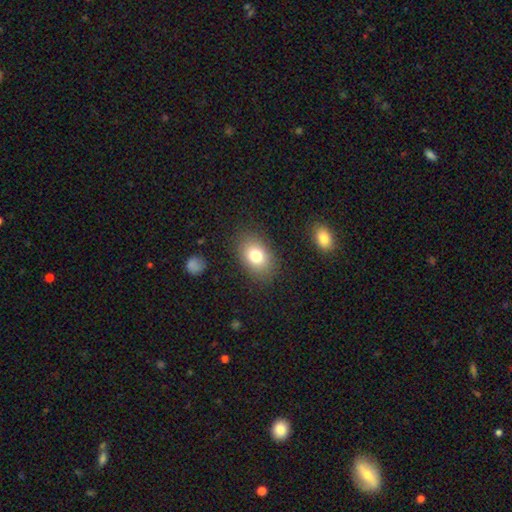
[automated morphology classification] The model was most divided on "how rounded": in between: 79%, round: 20%, cigar-shaped: 1%. More confident: merging — none (84%); smooth or featured — smooth (78%).